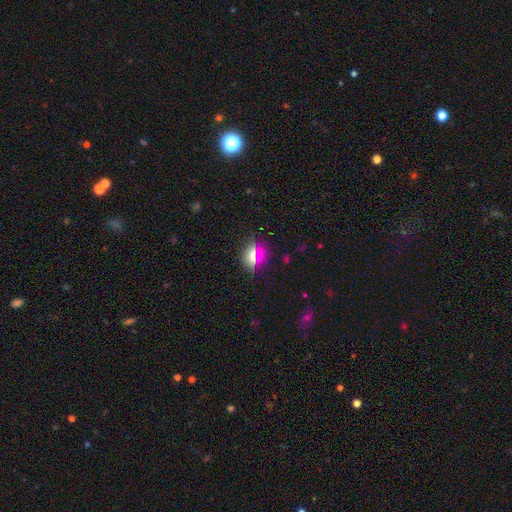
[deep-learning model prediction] smooth 67%, star or artifact 22%, featured or disk 12%. Down the decision tree: how rounded — round (76%); merging — none (86%).